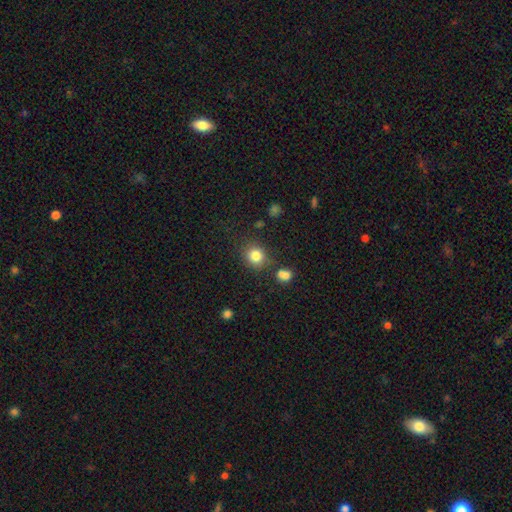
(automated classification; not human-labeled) Overall: smooth (83%). How rounded: round (80%). Merging: none (78%).